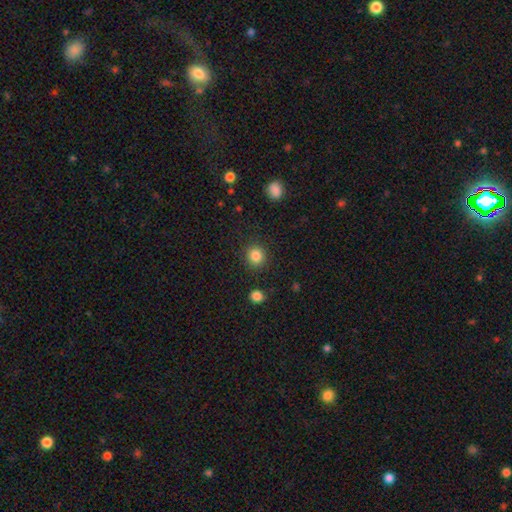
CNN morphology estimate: This is clearly a smooth galaxy (85%). How rounded: clearly round (90%). Merging: clearly none (89%).